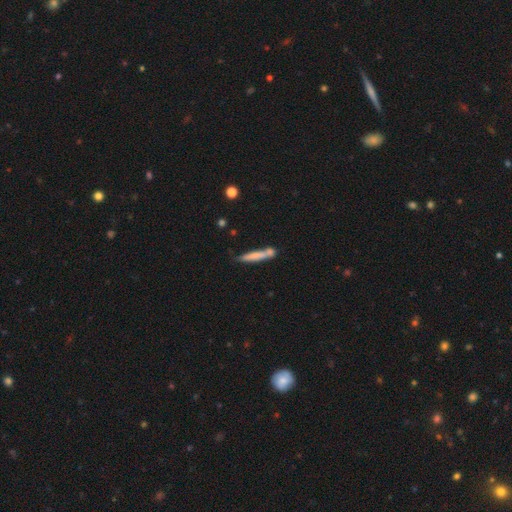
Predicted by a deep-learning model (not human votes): Smooth or featured? smooth (69%)
How rounded? cigar-shaped (92%)
Merging? none (57%)